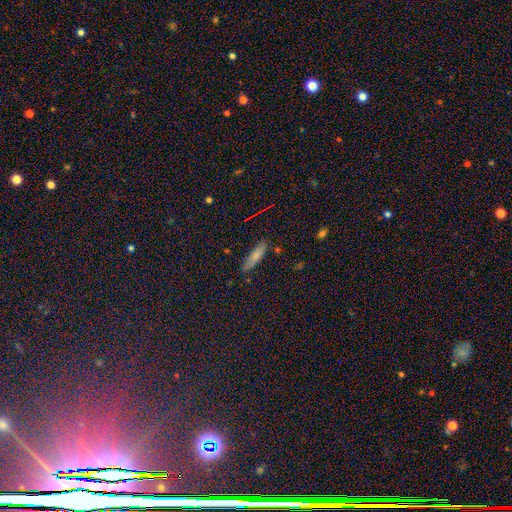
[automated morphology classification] This is likely a smooth galaxy (74%). How rounded: likely cigar-shaped (70%). Merging: clearly none (82%).